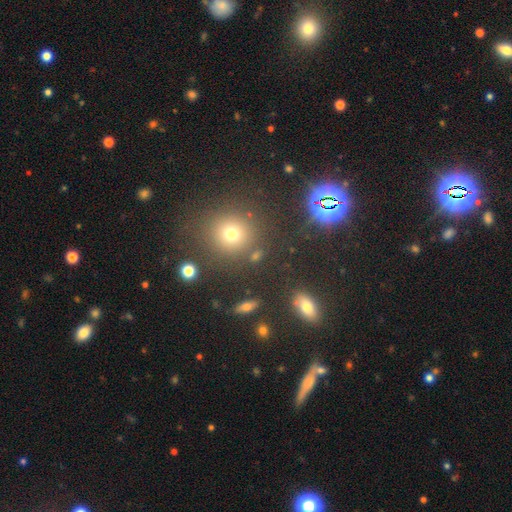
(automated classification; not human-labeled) This appears to be a smooth galaxy with no disk features (54%) that is round (84%). Merging: none (84%).